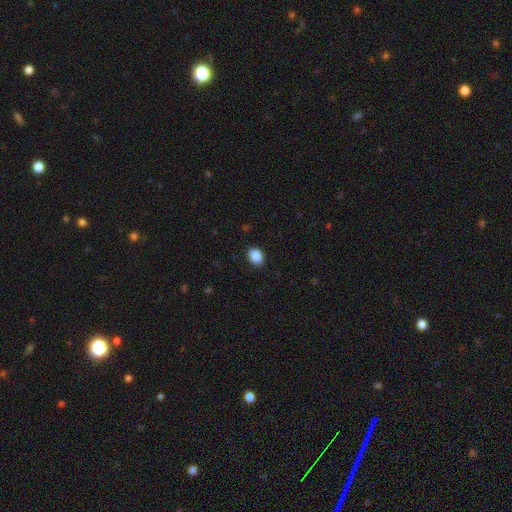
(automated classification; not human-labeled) Smooth or featured: smooth — 88% (star or artifact — 9%)
How rounded: in between — 65% (round — 34%)
Merging: none — 90% (minor disturbance — 7%)